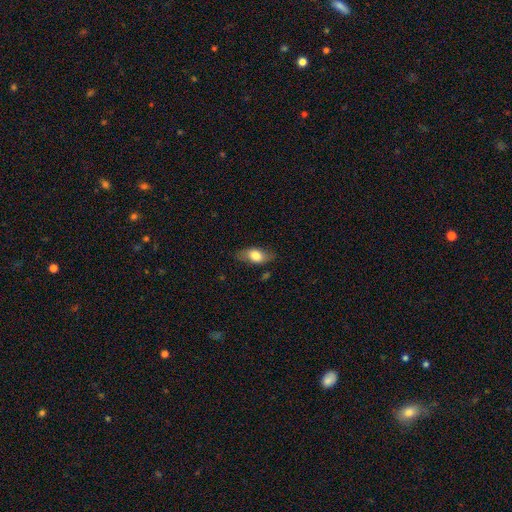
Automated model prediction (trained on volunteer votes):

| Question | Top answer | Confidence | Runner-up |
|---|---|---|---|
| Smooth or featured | smooth | 72% | featured or disk (21%) |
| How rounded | in between | 85% | cigar-shaped (8%) |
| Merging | none | 74% | minor disturbance (19%) |